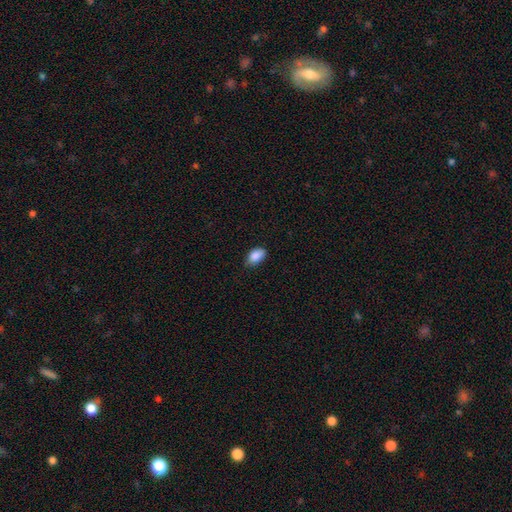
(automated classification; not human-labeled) The model was most divided on "merging": none: 70%, minor disturbance: 25%, major disturbance: 4%, merger: 1%. More confident: how rounded — in between (90%); smooth or featured — smooth (88%).